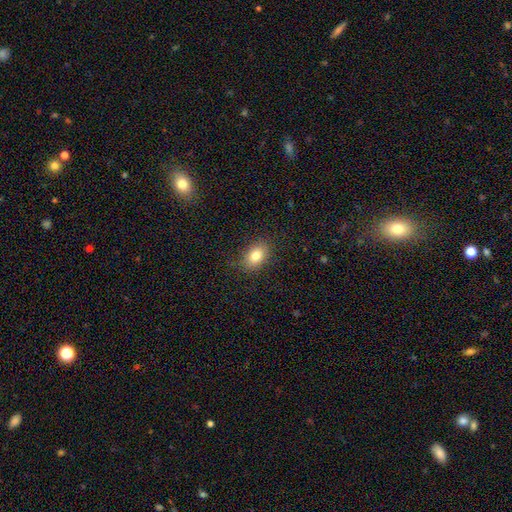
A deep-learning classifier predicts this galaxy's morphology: Overall: smooth (82%). How rounded: in between (84%). Merging: none (85%).